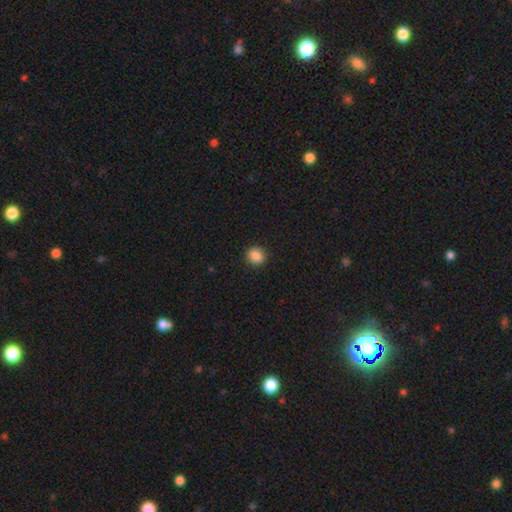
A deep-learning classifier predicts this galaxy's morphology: This appears to be a smooth galaxy with no disk features (87%) that is round (86%). Merging: none (92%).